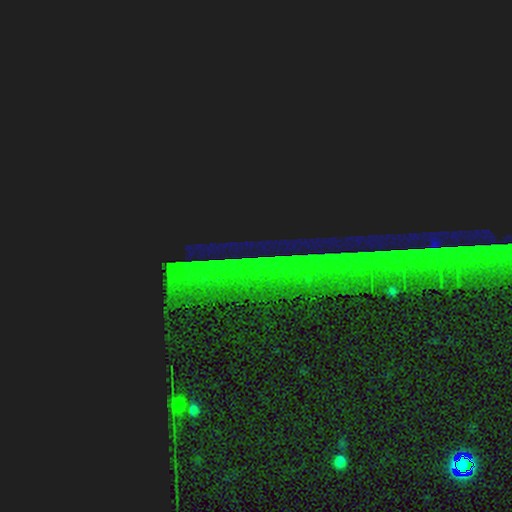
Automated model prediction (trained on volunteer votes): Q: Smooth or featured?
A: star or artifact (87%); runner-up: smooth (6%)